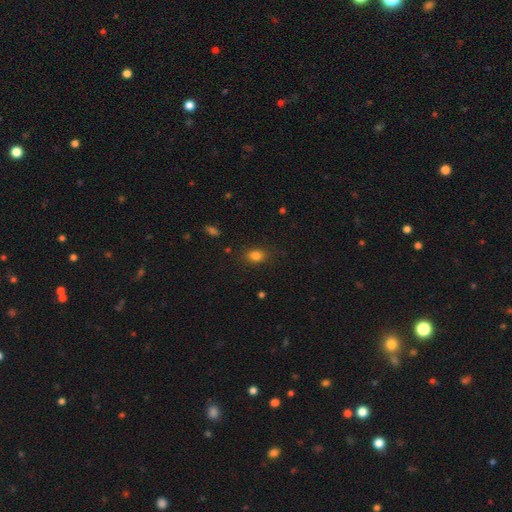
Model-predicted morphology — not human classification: Q: Smooth or featured?
A: smooth (82%); runner-up: star or artifact (12%)
Q: How rounded?
A: in between (69%); runner-up: round (29%)
Q: Merging?
A: none (82%); runner-up: minor disturbance (13%)